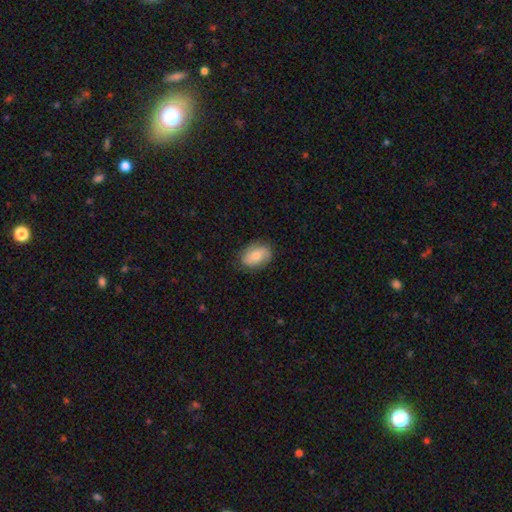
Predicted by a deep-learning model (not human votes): Smooth or featured?
  - smooth: 63% *
  - featured or disk: 30%
  - star or artifact: 7%
How rounded?
  - in between: 82% *
  - round: 17%
  - cigar-shaped: 2%
Merging?
  - none: 78% *
  - minor disturbance: 17%
  - major disturbance: 4%
  - merger: 1%